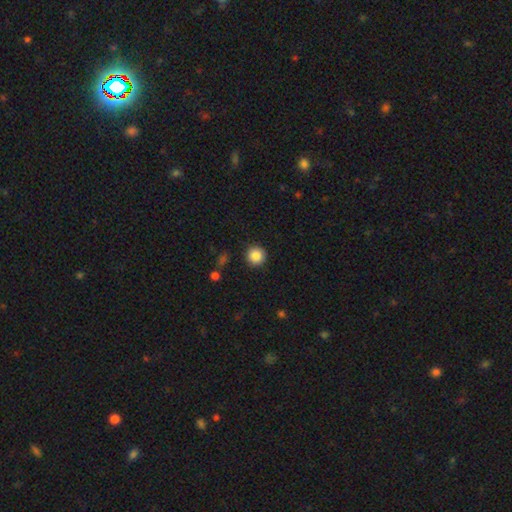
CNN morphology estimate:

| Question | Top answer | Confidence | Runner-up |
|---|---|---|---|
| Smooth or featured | smooth | 86% | star or artifact (9%) |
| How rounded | round | 95% | in between (4%) |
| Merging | none | 91% | minor disturbance (6%) |